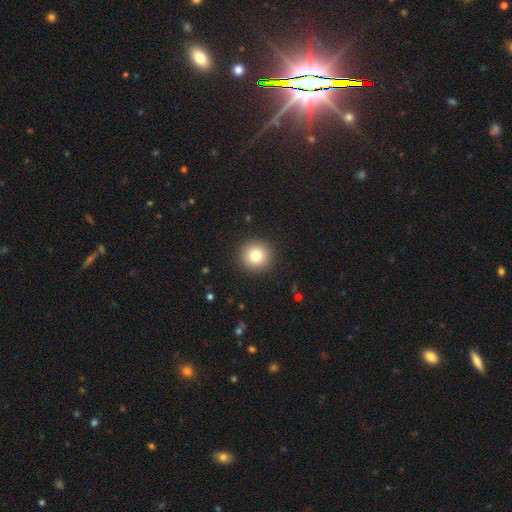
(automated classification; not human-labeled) smooth 79%, star or artifact 11%, featured or disk 10%. Down the decision tree: how rounded — round (95%); merging — none (92%).